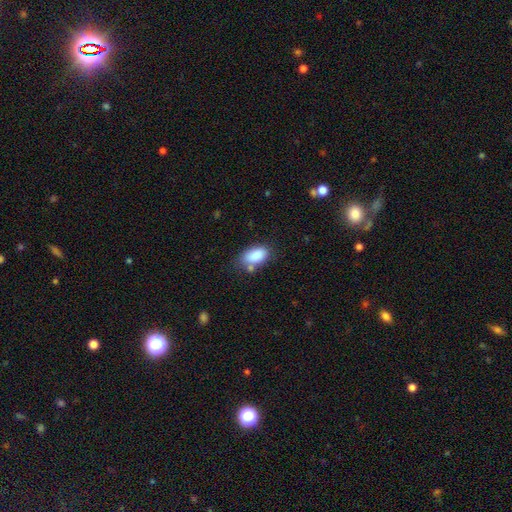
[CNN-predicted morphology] A smooth galaxy with no disk features (87%) that is in between round and cigar-shaped (92%). Merging: none (64%).